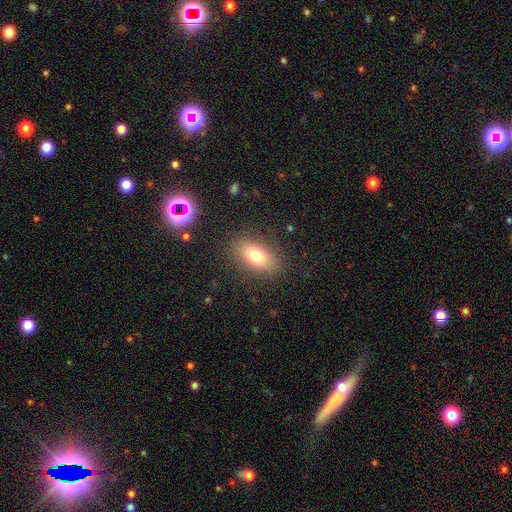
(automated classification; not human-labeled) smooth-or-featured: smooth: 75% | featured or disk: 15% | star or artifact: 10%
  how-rounded: in between: 86% | round: 9% | cigar-shaped: 5%
  merging: none: 85% | minor disturbance: 10% | major disturbance: 4% | merger: 1%